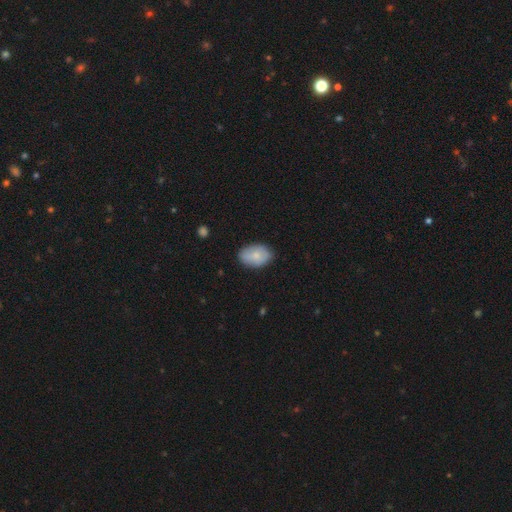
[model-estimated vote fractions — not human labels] A smooth galaxy with no disk features (80%) that is in between round and cigar-shaped (88%). Merging: none (79%).